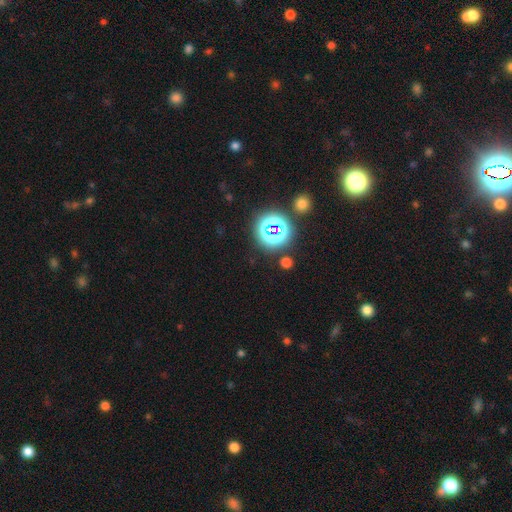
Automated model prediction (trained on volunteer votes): A star or artifact, not a galaxy (74%).